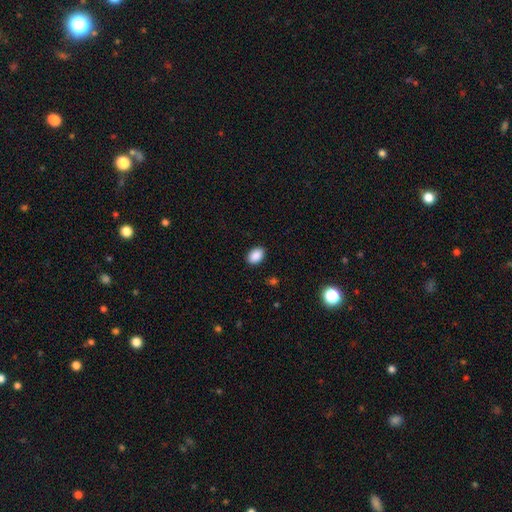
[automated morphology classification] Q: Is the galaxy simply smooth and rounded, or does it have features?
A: smooth — 90%.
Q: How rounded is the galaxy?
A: in between — 84%.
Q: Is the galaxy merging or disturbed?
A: none — 89%.